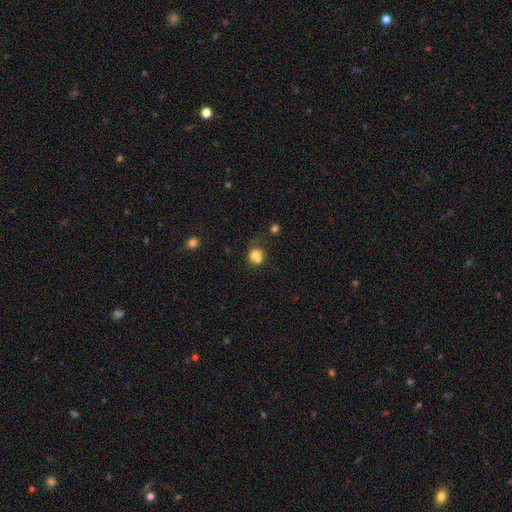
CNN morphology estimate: type=smooth (76%); roundness=round (70%); merging=merger (40%).